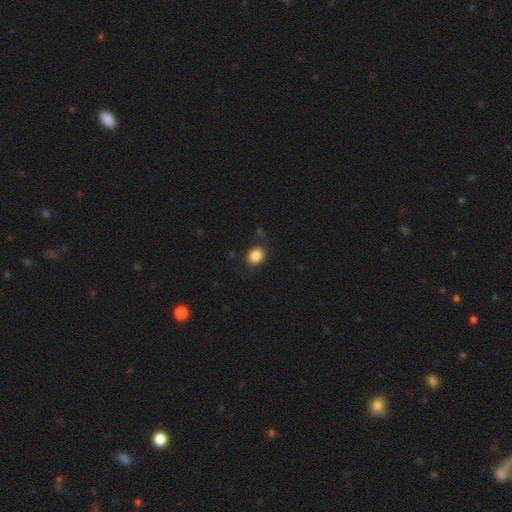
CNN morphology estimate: Overall: smooth (86%). How rounded: round (55%; in between 44%). Merging: none (86%).